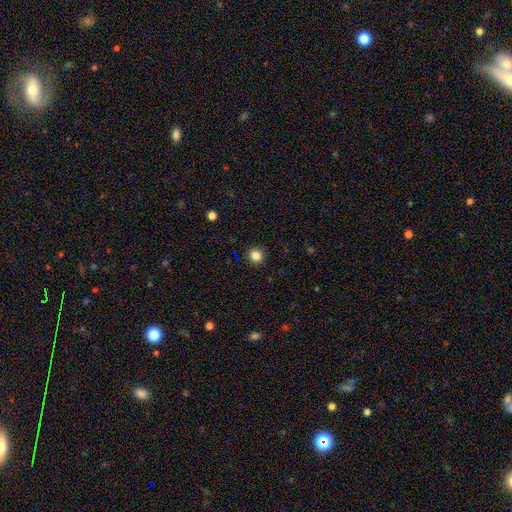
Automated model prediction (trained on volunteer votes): smooth 84%, star or artifact 12%, featured or disk 4%. Down the decision tree: how rounded — round (89%); merging — none (91%).